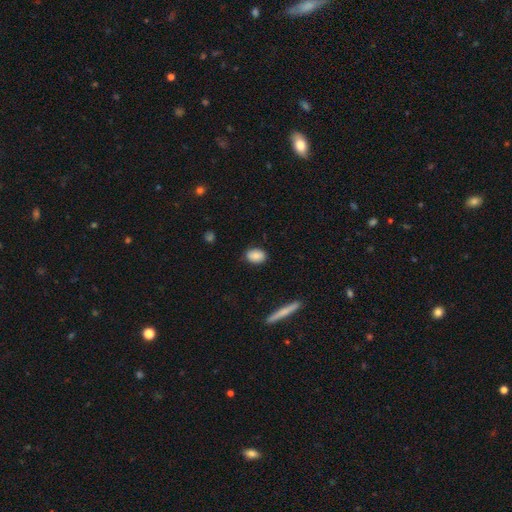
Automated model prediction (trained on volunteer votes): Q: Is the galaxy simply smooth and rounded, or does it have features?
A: smooth — 85%.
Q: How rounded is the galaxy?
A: in between — 80%.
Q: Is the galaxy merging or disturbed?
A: none — 85%.